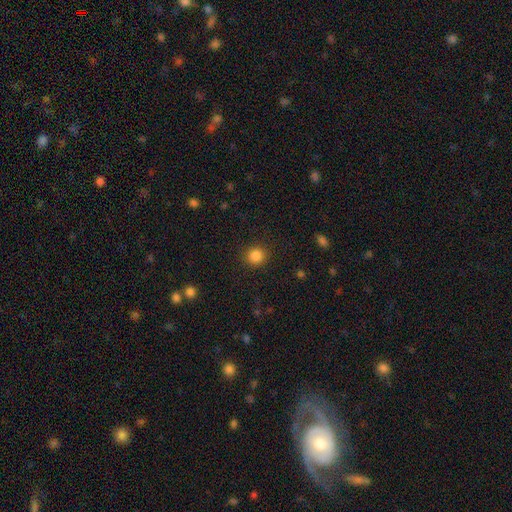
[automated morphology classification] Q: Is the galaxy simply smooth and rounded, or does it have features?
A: smooth — 85%.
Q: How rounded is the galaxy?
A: round — 90%.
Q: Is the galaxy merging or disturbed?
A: none — 90%.